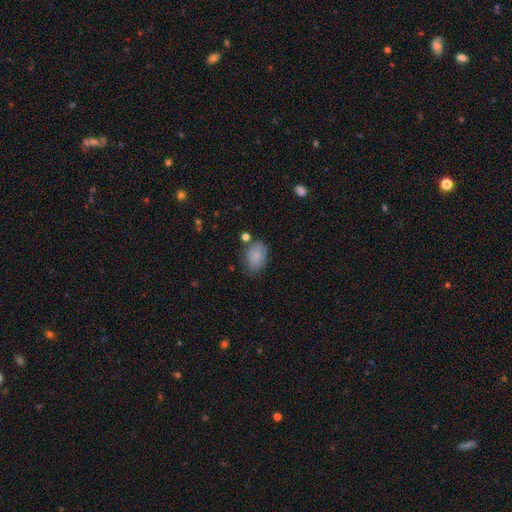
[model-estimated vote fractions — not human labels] This is clearly a smooth galaxy (85%). How rounded: clearly in between (83%). Merging: likely none (69%).